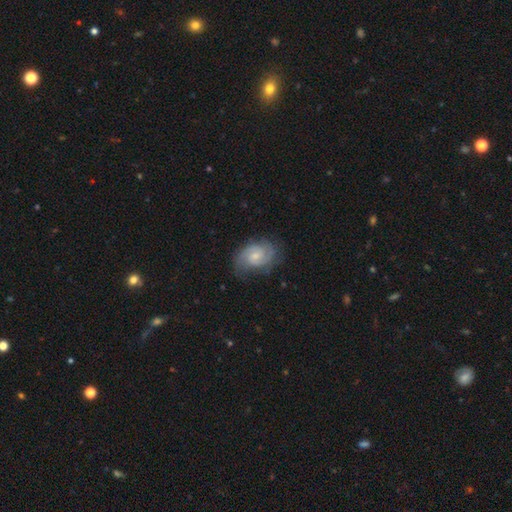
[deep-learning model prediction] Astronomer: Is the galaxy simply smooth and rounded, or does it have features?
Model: featured or disk — 80%.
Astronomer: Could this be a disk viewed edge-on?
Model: no — 98%.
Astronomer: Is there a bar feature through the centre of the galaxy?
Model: no — 52% (runner-up: weak, 43%).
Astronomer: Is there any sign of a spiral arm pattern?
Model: yes — 96%.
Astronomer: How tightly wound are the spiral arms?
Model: tight — 46% (runner-up: medium, 43%).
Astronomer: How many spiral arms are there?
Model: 2 — 77%.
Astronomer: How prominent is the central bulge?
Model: small — 53% (runner-up: moderate, 35%).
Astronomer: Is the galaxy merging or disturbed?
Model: none — 73%.